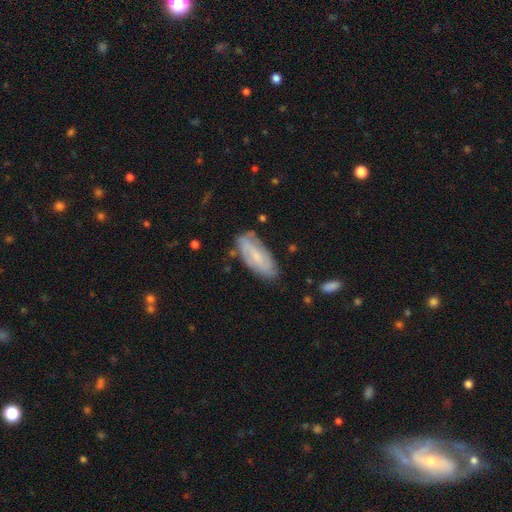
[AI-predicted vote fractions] This is possibly a smooth galaxy (52%). How rounded: likely in between (77%). Merging: likely none (71%).